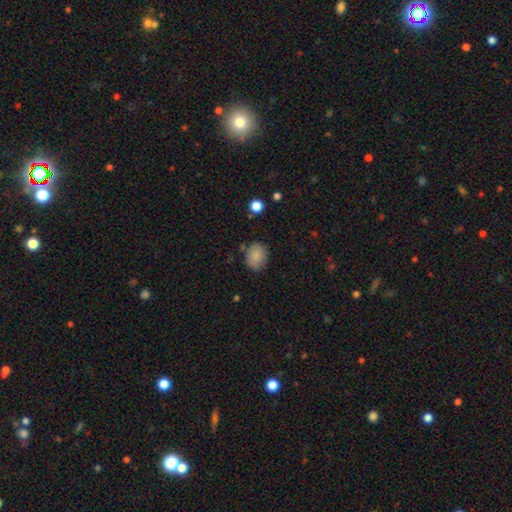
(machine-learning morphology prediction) Smooth or featured? smooth (85%)
How rounded? in between (55%)
Merging? none (72%)